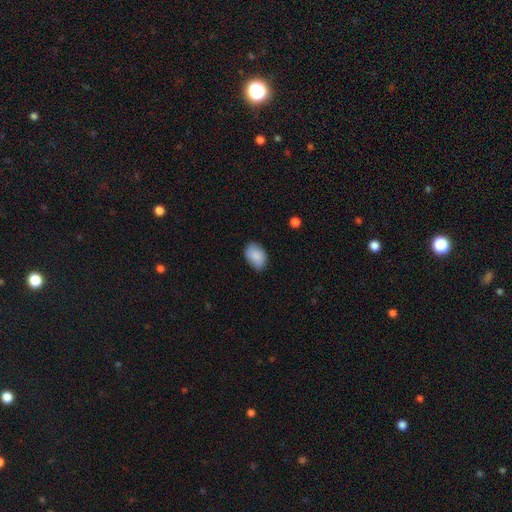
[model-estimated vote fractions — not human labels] This appears to be a smooth galaxy with no disk features (86%) that is in between round and cigar-shaped (83%). Merging: none (73%).